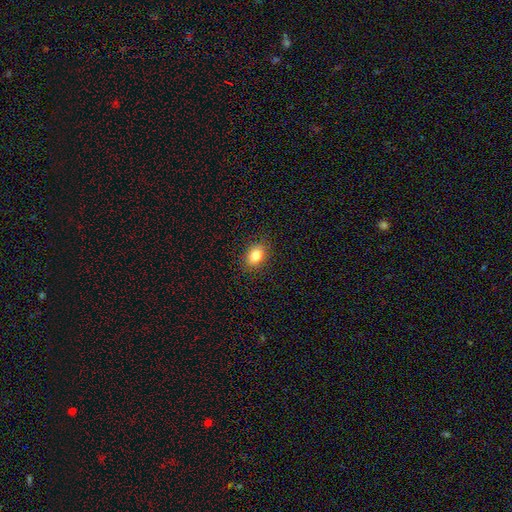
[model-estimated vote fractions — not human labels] This is clearly a smooth galaxy (82%). How rounded: likely in between (76%). Merging: clearly none (88%).